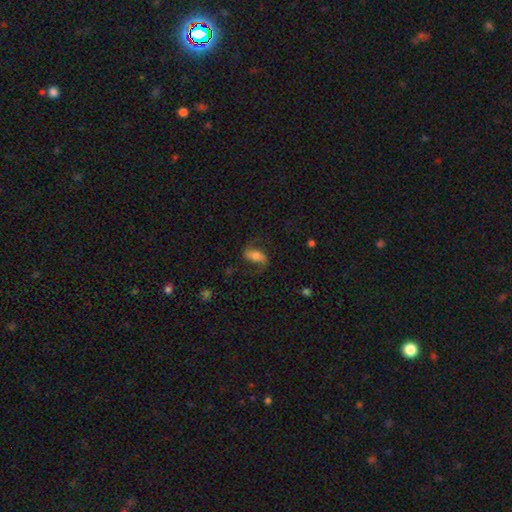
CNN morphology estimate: A featured or disk galaxy (65%) with a strong bar (37%), 2 (91%) loose (62%) spiral arms (90%) and a moderate central bulge (54%). Merging: none (71%).